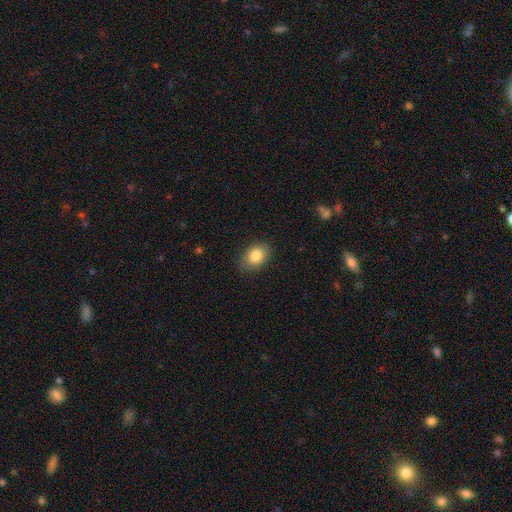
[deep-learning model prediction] Overall: smooth (84%). How rounded: in between (78%). Merging: none (81%).